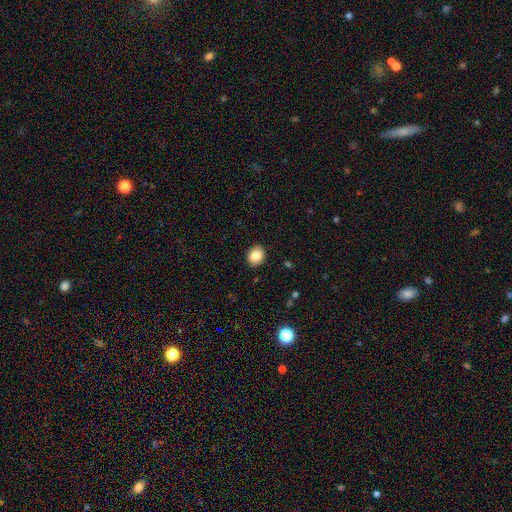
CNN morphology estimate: This appears to be a smooth galaxy with no disk features (84%) that is round (56%). Merging: none (90%).